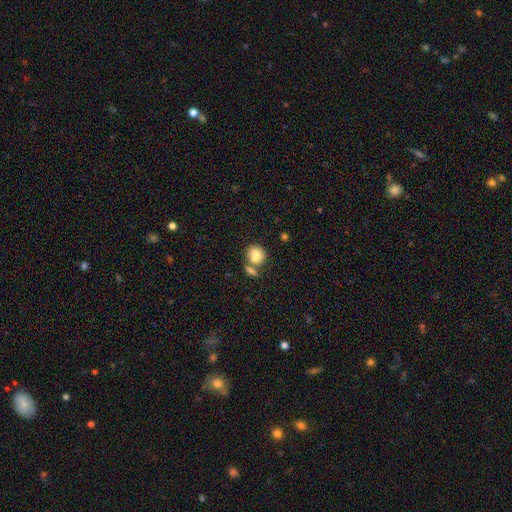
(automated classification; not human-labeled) A smooth galaxy with no disk features (79%) that is round (70%).

Vote fractions:
- Smooth or featured? smooth: 79% / featured or disk: 12% / star or artifact: 9%
- How rounded? round: 70% / in between: 28% / cigar-shaped: 1%
- Merging? none: 44% / merger: 38% / minor disturbance: 12% / major disturbance: 5%